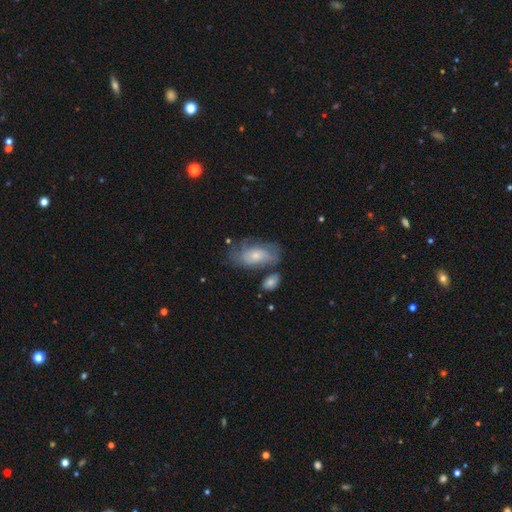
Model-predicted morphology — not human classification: smooth-or-featured: featured or disk: 48% | smooth: 45% | star or artifact: 7%
  merging: none: 50% | minor disturbance: 24% | major disturbance: 14% | merger: 11%